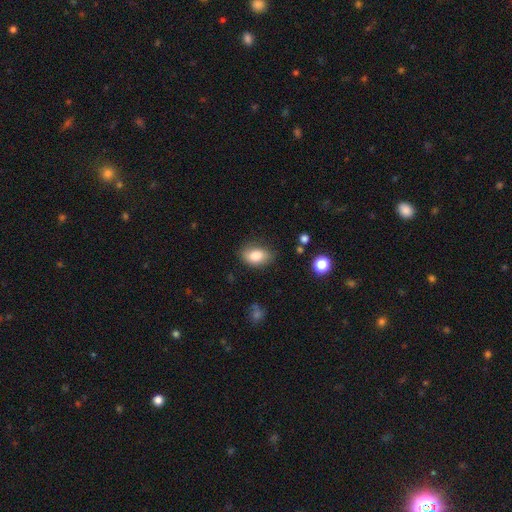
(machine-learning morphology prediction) This appears to be a smooth galaxy with no disk features (82%) that is in between round and cigar-shaped (85%). Merging: none (77%).